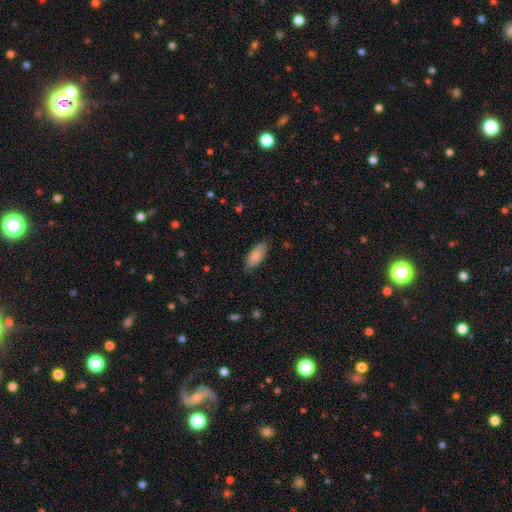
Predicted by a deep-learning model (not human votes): Q: Smooth or featured?
A: smooth (86%); runner-up: featured or disk (8%)
Q: How rounded?
A: in between (84%); runner-up: cigar-shaped (15%)
Q: Merging?
A: none (79%); runner-up: minor disturbance (17%)